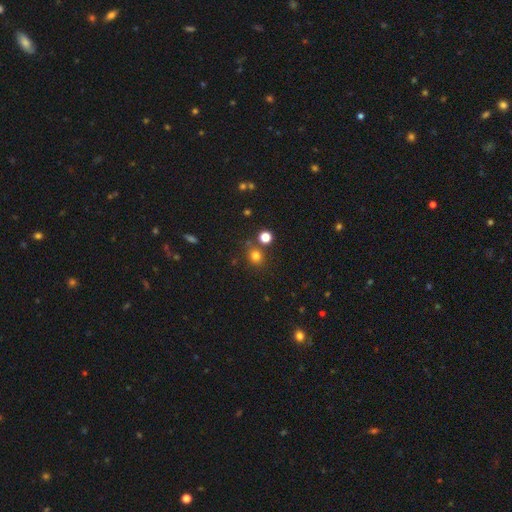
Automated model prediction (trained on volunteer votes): Morphology: type=smooth (77%); roundness=round (85%); merging=none (76%).